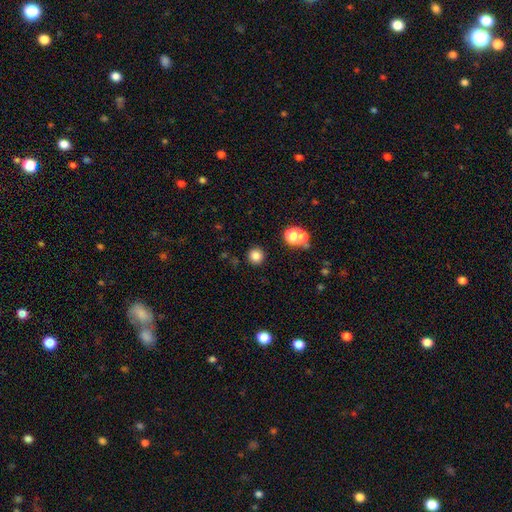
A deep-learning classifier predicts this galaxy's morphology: This is clearly a smooth galaxy (81%). How rounded: clearly round (92%). Merging: clearly none (87%).